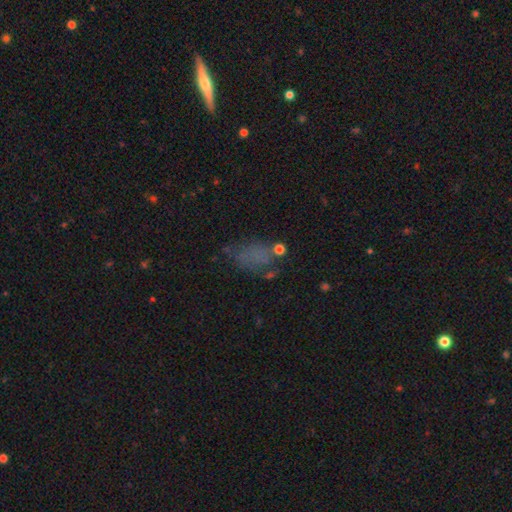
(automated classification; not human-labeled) This is possibly a smooth galaxy (57%). How rounded: clearly in between (82%). Merging: possibly none (49%).